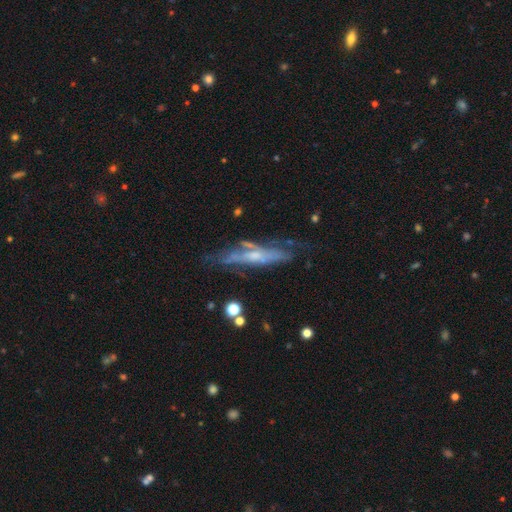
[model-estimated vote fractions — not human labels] Smooth or featured? Predicted: featured or disk (p=0.71). Edge-on disk? Predicted: yes (p=0.64). Merging? Predicted: none (p=0.57).